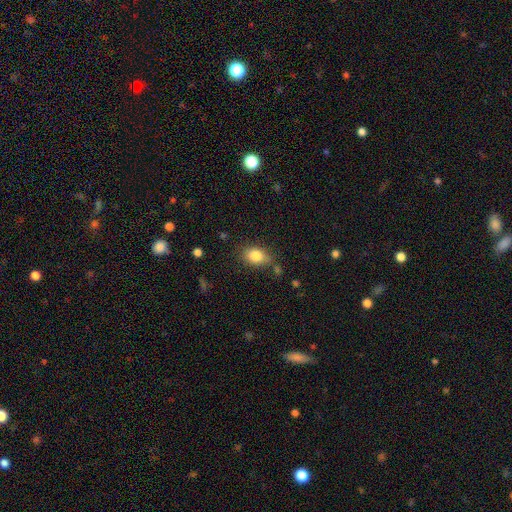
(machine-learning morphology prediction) Smooth or featured? smooth (83%)
How rounded? in between (73%)
Merging? none (70%)